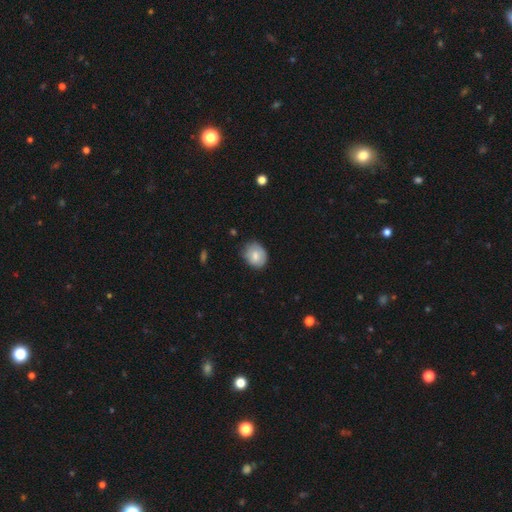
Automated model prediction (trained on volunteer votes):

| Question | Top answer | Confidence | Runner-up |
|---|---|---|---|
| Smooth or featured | smooth | 77% | featured or disk (16%) |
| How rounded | round | 51% | in between (48%) |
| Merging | none | 71% | minor disturbance (24%) |